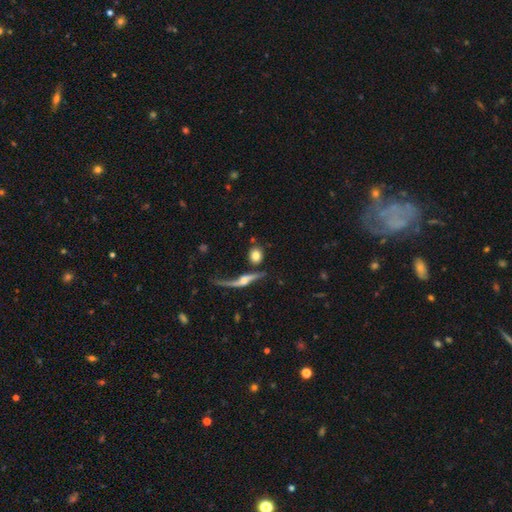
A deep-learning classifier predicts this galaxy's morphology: A smooth galaxy with no disk features (72%) that is round (78%).

Vote fractions:
- Smooth or featured? smooth: 72% / featured or disk: 19% / star or artifact: 8%
- How rounded? round: 78% / in between: 18% / cigar-shaped: 4%
- Merging? none: 67% / merger: 14% / minor disturbance: 12% / major disturbance: 7%